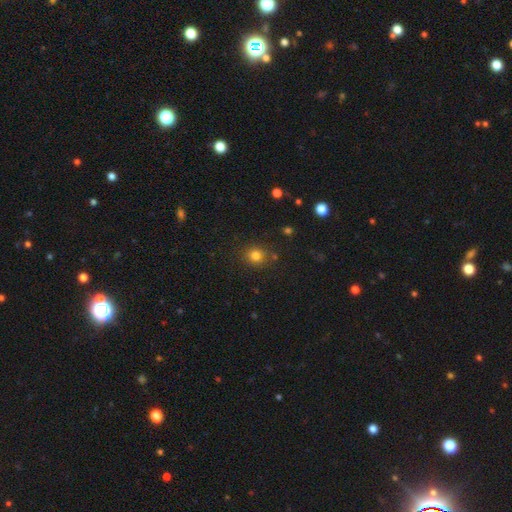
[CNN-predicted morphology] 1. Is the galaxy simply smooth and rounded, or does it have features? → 79% smooth, 15% star or artifact, 6% featured or disk.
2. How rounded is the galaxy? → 84% round, 15% in between, 1% cigar-shaped.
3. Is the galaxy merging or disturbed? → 81% none, 11% minor disturbance, 4% merger, 3% major disturbance.